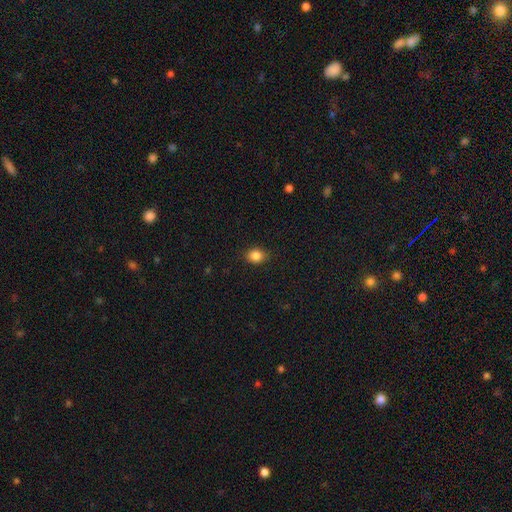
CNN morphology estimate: Q: Smooth or featured?
A: smooth (86%); runner-up: star or artifact (10%)
Q: How rounded?
A: round (57%); runner-up: in between (42%)
Q: Merging?
A: none (85%); runner-up: minor disturbance (11%)